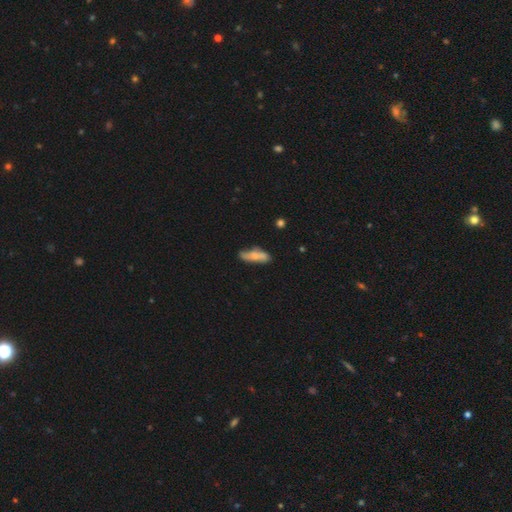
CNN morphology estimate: Overall: smooth (60%; featured or disk 32%). How rounded: cigar-shaped (49%; in between 48%). Merging: none (54%; minor disturbance 27%).